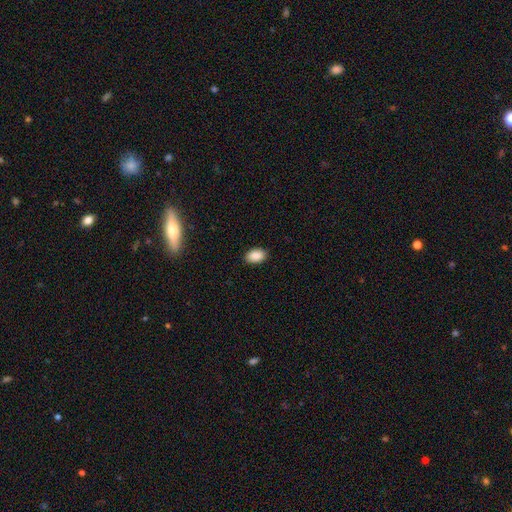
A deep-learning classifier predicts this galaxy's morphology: Smooth or featured? smooth (89%)
How rounded? in between (90%)
Merging? none (89%)